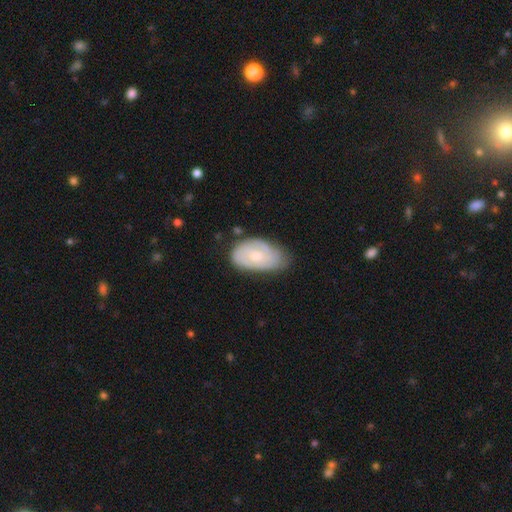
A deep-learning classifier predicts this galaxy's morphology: A featured or disk galaxy (59%) with no bar (68%), spiral arms (84%) and a small central bulge (49%). Merging: none (61%).